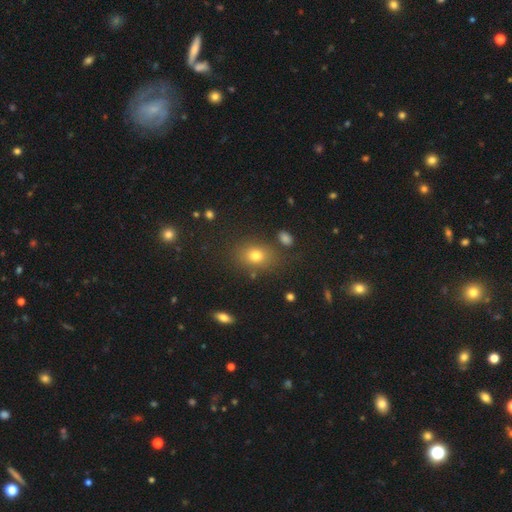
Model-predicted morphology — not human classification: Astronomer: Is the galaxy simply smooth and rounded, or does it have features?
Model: smooth — 72%.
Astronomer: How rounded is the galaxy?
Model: in between — 60% (runner-up: round, 38%).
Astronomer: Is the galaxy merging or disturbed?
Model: none — 78%.